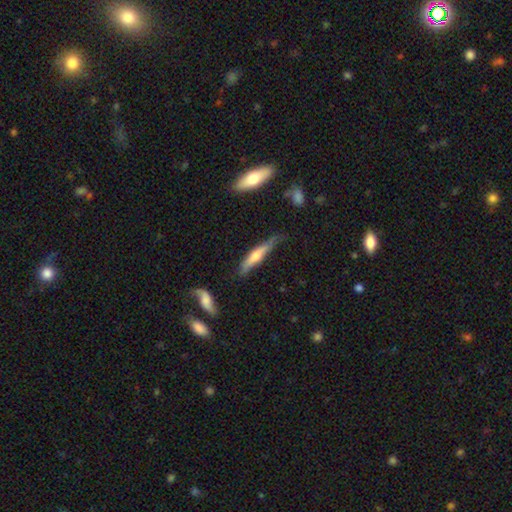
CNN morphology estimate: Smooth or featured?
  - smooth: 47% * (tied)
  - featured or disk: 47% * (tied)
  - star or artifact: 6%
Merging?
  - none: 61% *
  - minor disturbance: 29%
  - major disturbance: 7%
  - merger: 3%